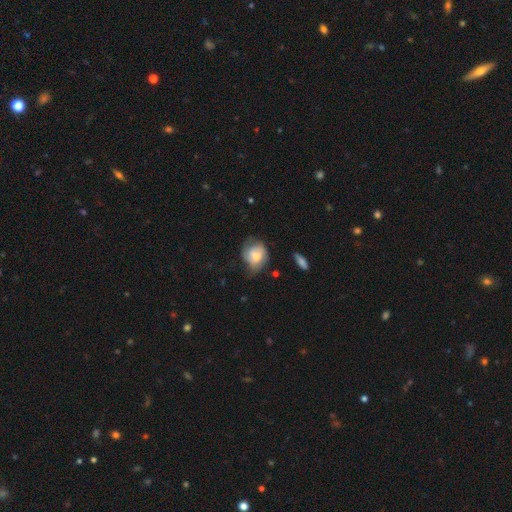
smooth_or_featured: smooth (p=0.65) [alt: featured or disk p=0.28]
how_rounded: round (p=0.58) [alt: in between p=0.42]
merging: minor disturbance (p=0.43) [alt: none p=0.38]